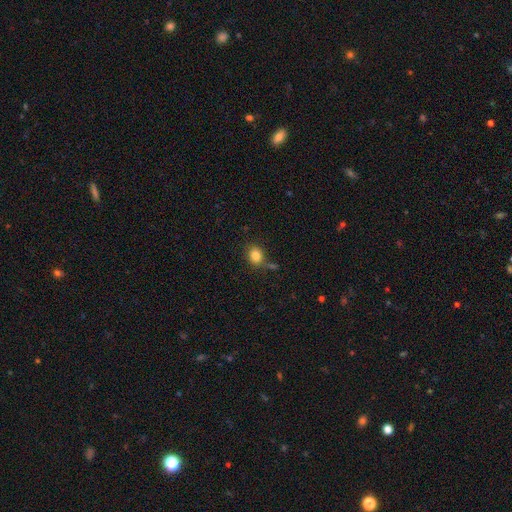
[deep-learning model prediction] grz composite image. It shows a smooth galaxy with no disk features (82%) that is round (57%). Merging: none (74%).